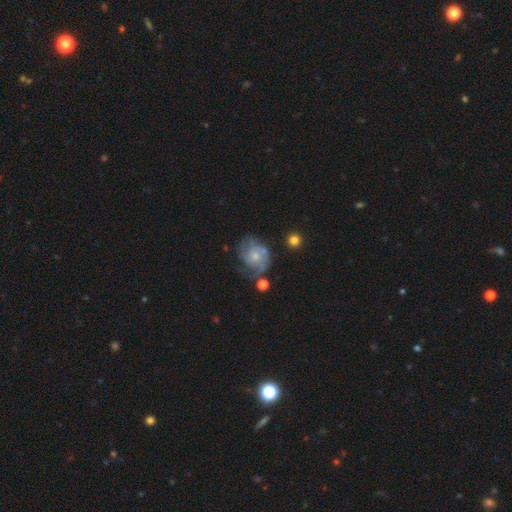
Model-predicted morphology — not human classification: This is likely a featured or disk galaxy (72%). It is clearly not viewed edge-on (98%). Bar: likely no (78%). Spiral arm pattern: clearly yes (84%). Spiral arm count: marginally can't tell (36%). Spiral winding: marginally tight (43%). Central bulge: possibly small (51%). Merging: possibly none (51%).